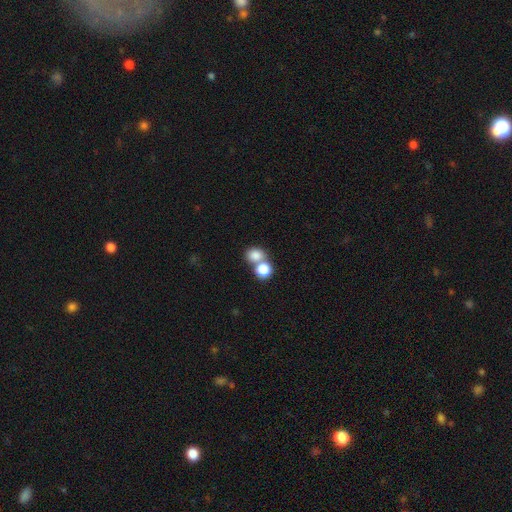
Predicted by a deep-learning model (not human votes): Smooth or featured? Predicted: smooth (p=0.80). How rounded? Predicted: round (p=0.65). Merging? Predicted: merger (p=0.50).